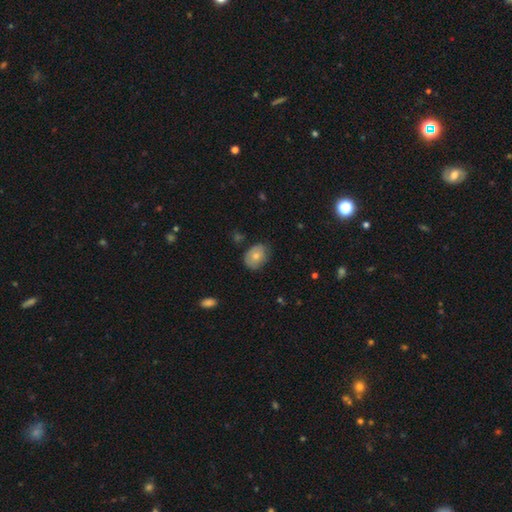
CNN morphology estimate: smooth 72%, featured or disk 20%, star or artifact 8%. Down the decision tree: how rounded — in between (67%); merging — none (68%).